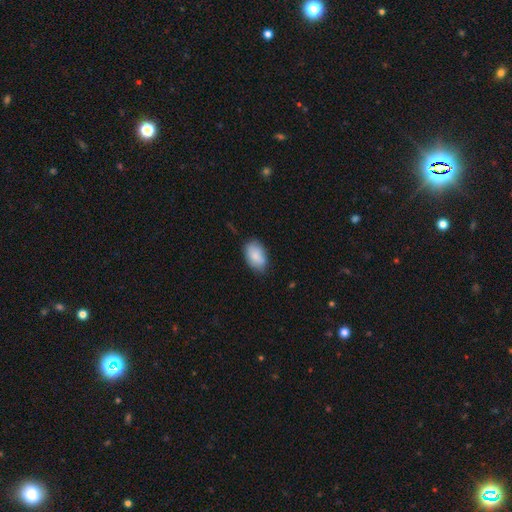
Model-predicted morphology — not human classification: This is clearly a smooth galaxy (86%). How rounded: clearly in between (92%). Merging: likely none (78%).